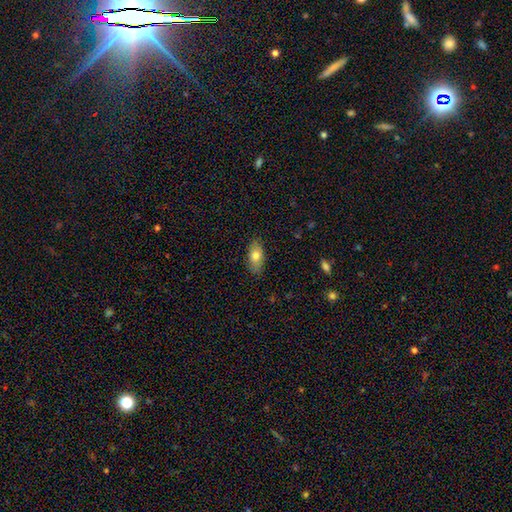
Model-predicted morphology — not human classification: smooth 78%, featured or disk 15%, star or artifact 7%. Down the decision tree: how rounded — in between (87%); merging — none (86%).